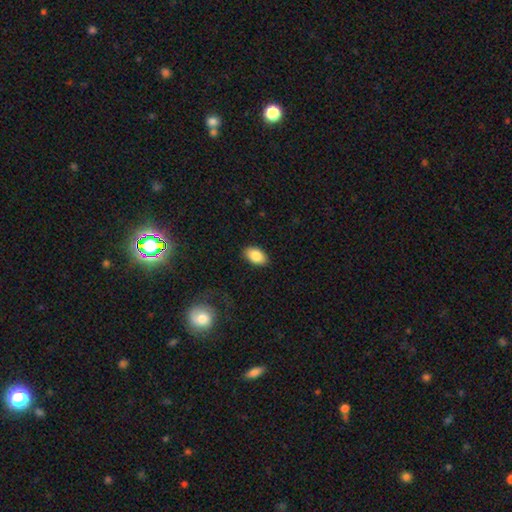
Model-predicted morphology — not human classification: A smooth galaxy with no disk features (85%) that is in between round and cigar-shaped (93%).

Vote fractions:
- Smooth or featured? smooth: 85% / featured or disk: 8% / star or artifact: 7%
- How rounded? in between: 93% / round: 6% / cigar-shaped: 1%
- Merging? none: 88% / minor disturbance: 9% / major disturbance: 2% / merger: 1%